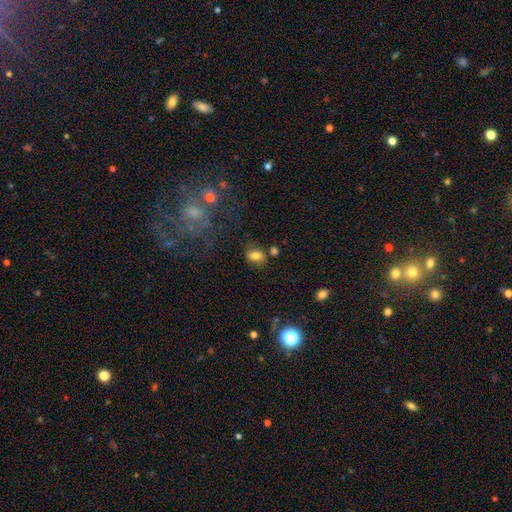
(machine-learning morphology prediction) Overall: smooth (75%). How rounded: in between (63%; round 35%). Merging: none (66%).